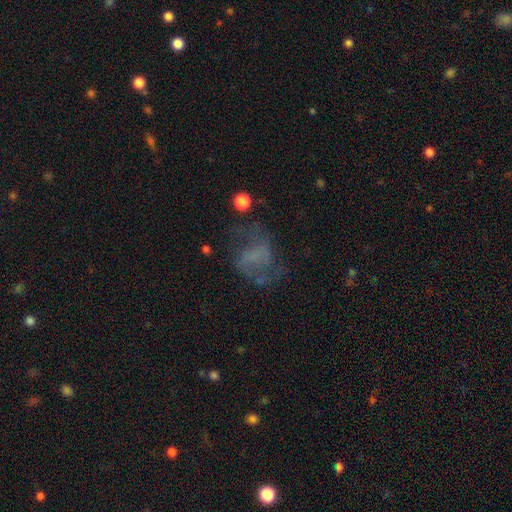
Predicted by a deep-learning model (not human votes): This is possibly a featured or disk galaxy (55%). It is clearly not viewed edge-on (97%). Bar: possibly no (56%). Spiral arm pattern: likely yes (66%). Central bulge: likely none (69%). Merging: possibly none (48%).